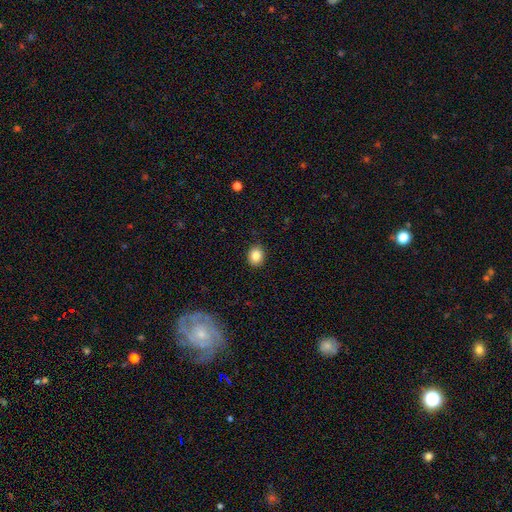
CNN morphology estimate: A smooth galaxy with no disk features (86%) that is round (64%). Merging: none (90%).